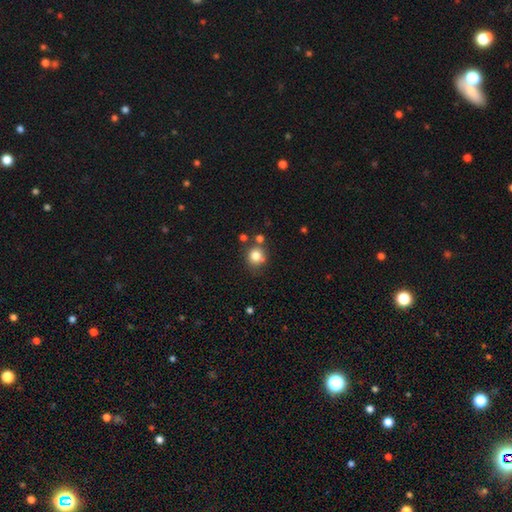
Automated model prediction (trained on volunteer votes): This appears to be a smooth galaxy with no disk features (81%) that is round (86%). Merging: none (67%).